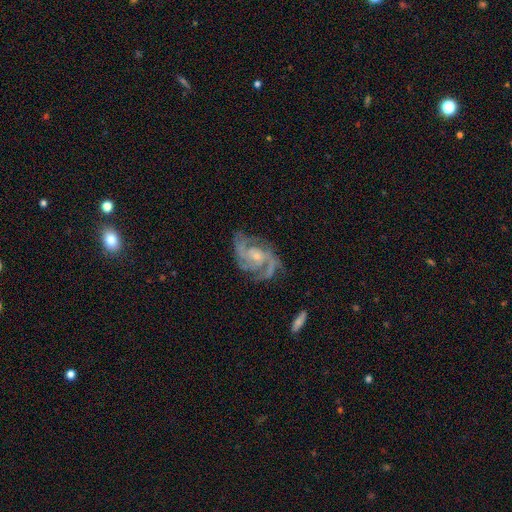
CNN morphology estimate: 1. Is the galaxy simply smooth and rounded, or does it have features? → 90% featured or disk, 6% star or artifact, 5% smooth.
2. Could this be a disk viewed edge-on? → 97% no, 3% yes.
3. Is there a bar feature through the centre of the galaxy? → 61% no, 32% weak, 8% strong.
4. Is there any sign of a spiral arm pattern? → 98% yes, 2% no.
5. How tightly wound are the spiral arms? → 51% medium, 35% tight, 13% loose.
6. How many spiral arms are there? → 37% 3, 34% 2, 10% can't tell, 9% 4, 5% 1, 5% more than 4.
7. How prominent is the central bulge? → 60% small, 34% moderate, 3% none, 2% large, 1% dominant.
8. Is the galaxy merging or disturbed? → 71% none, 18% minor disturbance, 9% major disturbance, 2% merger.